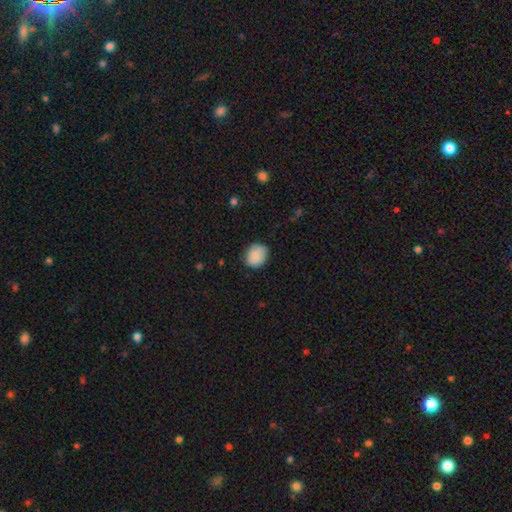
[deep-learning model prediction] smooth 82%, featured or disk 10%, star or artifact 7%. Down the decision tree: how rounded — round (69%); merging — none (80%).